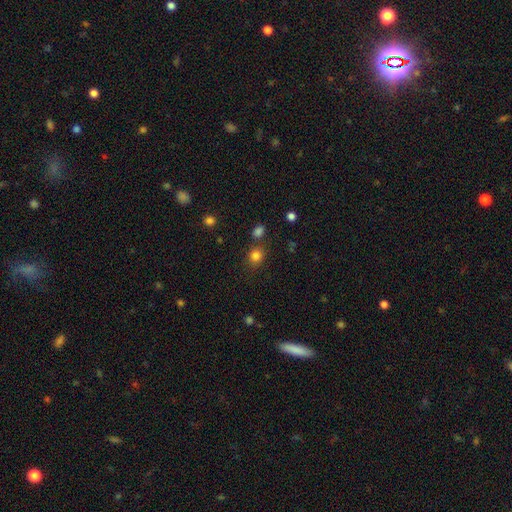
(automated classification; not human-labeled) Smooth or featured?
  - smooth: 81% *
  - star or artifact: 13%
  - featured or disk: 5%
How rounded?
  - round: 76% *
  - in between: 23%
  - cigar-shaped: 1%
Merging?
  - none: 76% *
  - minor disturbance: 11%
  - merger: 10%
  - major disturbance: 4%